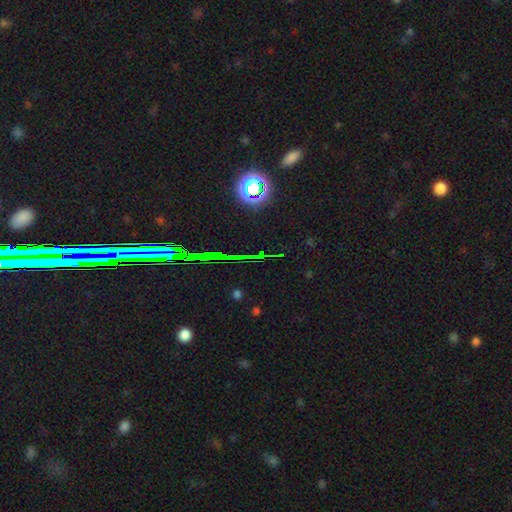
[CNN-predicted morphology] Q: Smooth or featured?
A: star or artifact (78%); runner-up: smooth (12%)